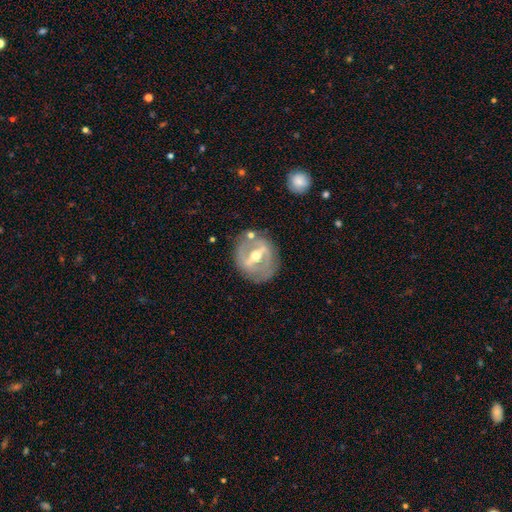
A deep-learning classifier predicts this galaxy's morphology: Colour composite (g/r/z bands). It shows a featured or disk galaxy (78%) with a strong bar (68%), no spiral arms (51%) and a moderate central bulge (73%). Merging: none (77%).